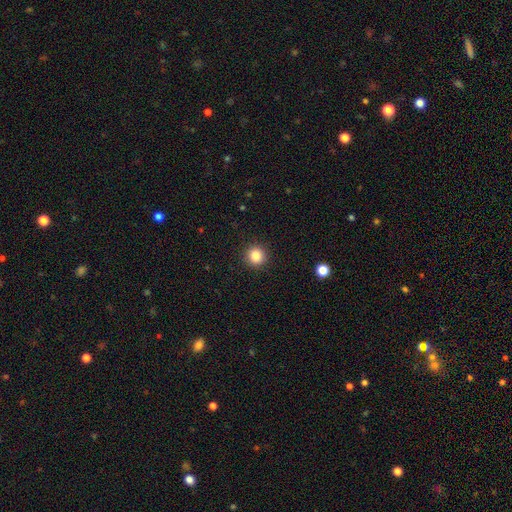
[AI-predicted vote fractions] Morphology: type=smooth (85%); roundness=round (93%); merging=none (92%).